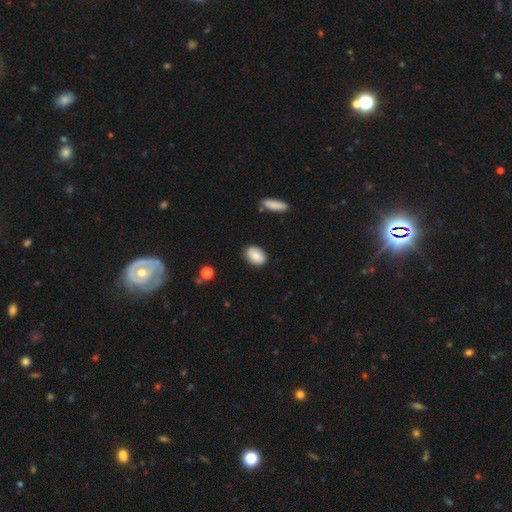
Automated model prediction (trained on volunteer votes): A smooth galaxy with no disk features (83%) that is in between round and cigar-shaped (81%). Merging: none (85%).